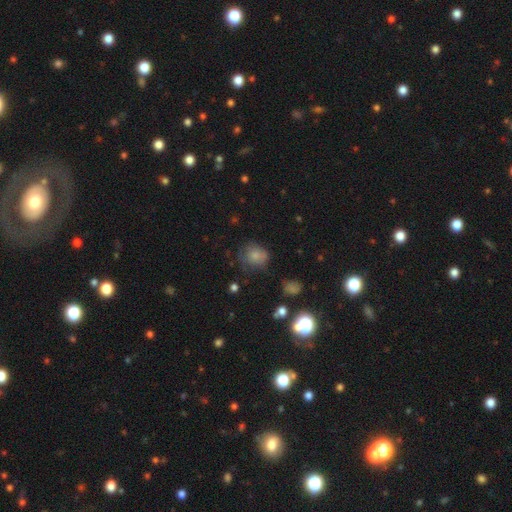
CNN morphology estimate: Smooth or featured? Predicted: smooth (p=0.75). How rounded? Predicted: round (p=0.72). Merging? Predicted: none (p=0.53).